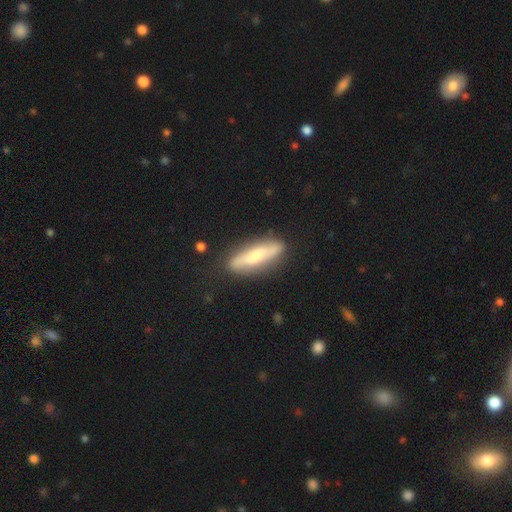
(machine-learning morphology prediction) The model was most divided on "smooth or featured": smooth: 48%, featured or disk: 47%, star or artifact: 6%. More confident: merging — none (82%).